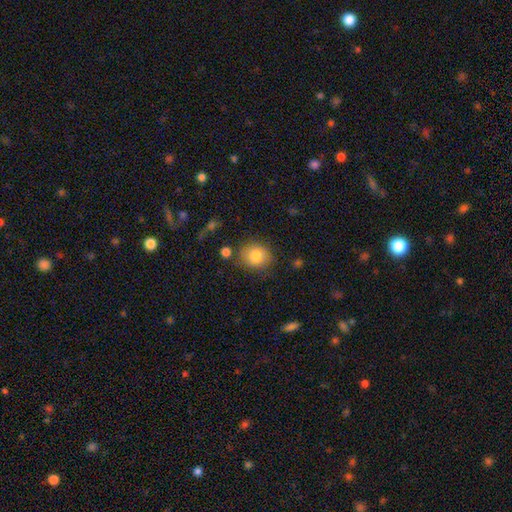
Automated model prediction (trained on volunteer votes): A smooth galaxy with no disk features (82%) that is round (73%). Merging: none (77%).